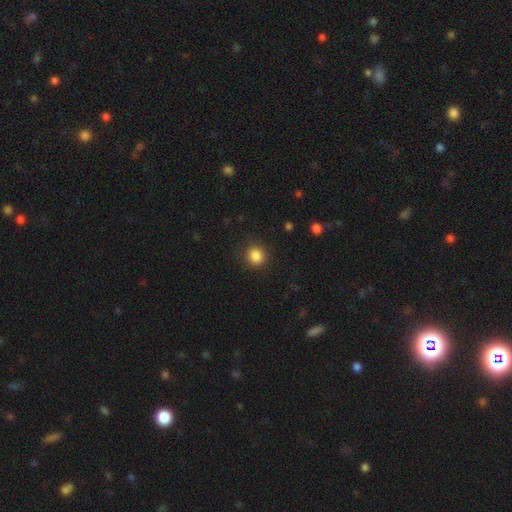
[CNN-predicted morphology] This appears to be a smooth galaxy with no disk features (86%) that is round (89%). Merging: none (88%).